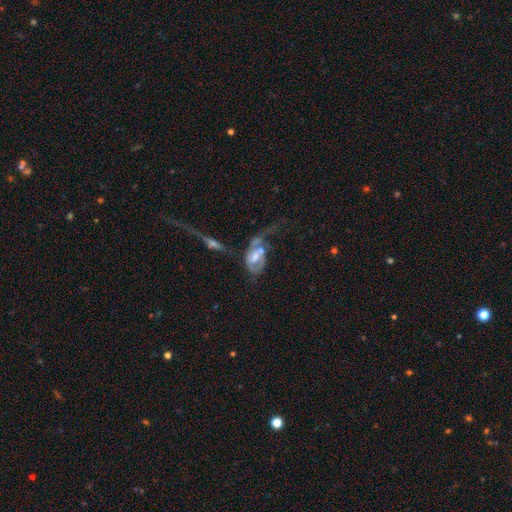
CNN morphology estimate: A featured or disk galaxy (69%) with no bar (48%), spiral arms (75%) and a moderate central bulge (46%).

Vote fractions:
- Smooth or featured? featured or disk: 69% / smooth: 23% / star or artifact: 8%
- Edge-on disk? no: 94% / yes: 6%
- Bar? no: 48% / weak: 38% / strong: 14%
- Spiral arms? yes: 75% / no: 25%
- Bulge size? moderate: 46% / large: 21% / small: 20% / none: 10% / dominant: 3%
- Merging? major disturbance: 39% / merger: 33% / none: 15% / minor disturbance: 13%